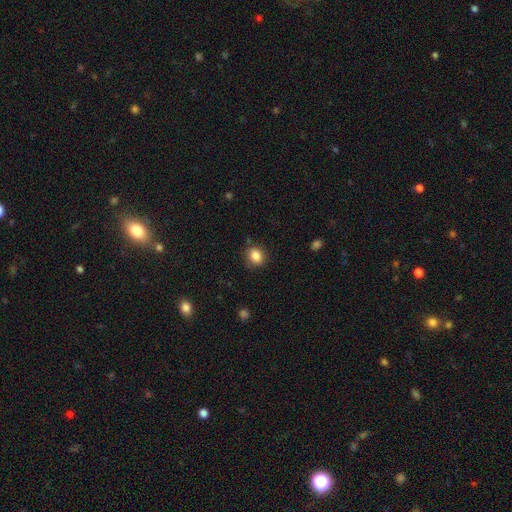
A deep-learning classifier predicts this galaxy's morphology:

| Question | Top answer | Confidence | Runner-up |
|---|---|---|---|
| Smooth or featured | smooth | 85% | star or artifact (10%) |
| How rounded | round | 60% | in between (40%) |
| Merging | none | 82% | minor disturbance (13%) |